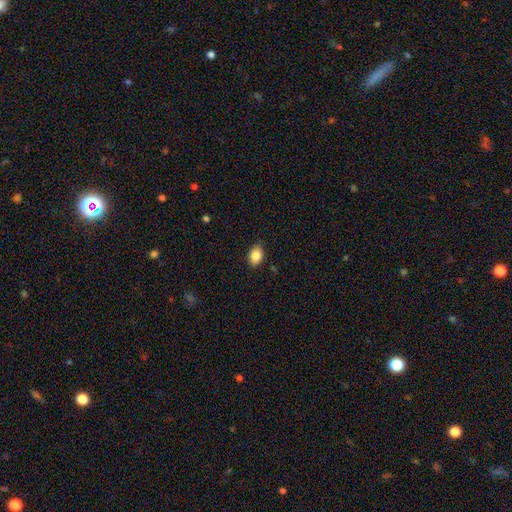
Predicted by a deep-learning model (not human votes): Q: Smooth or featured?
A: smooth (85%); runner-up: star or artifact (8%)
Q: How rounded?
A: in between (78%); runner-up: round (21%)
Q: Merging?
A: none (86%); runner-up: minor disturbance (11%)